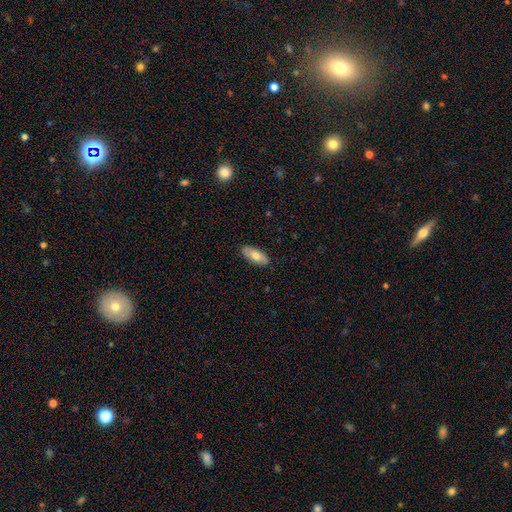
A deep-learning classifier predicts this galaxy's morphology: smooth 71%, featured or disk 23%, star or artifact 6%. Down the decision tree: how rounded — in between (87%); merging — none (87%).